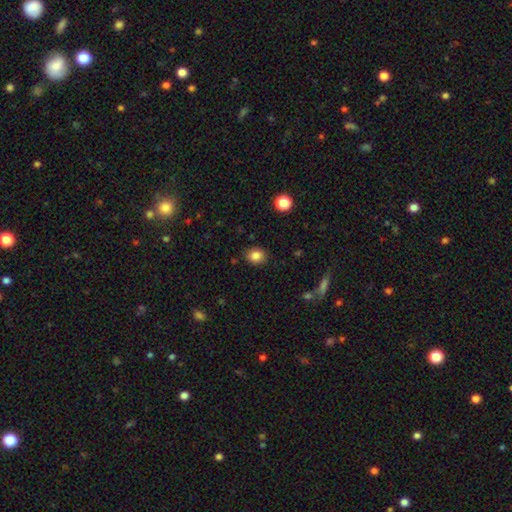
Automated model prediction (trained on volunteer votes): A smooth galaxy with no disk features (85%) that is round (62%). Merging: none (87%).